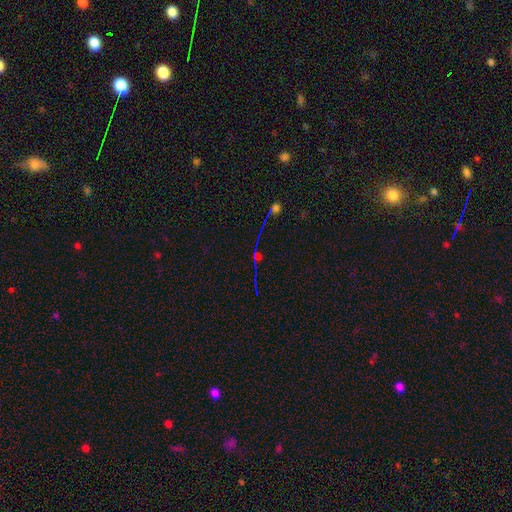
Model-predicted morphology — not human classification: Overall: star or artifact (71%).